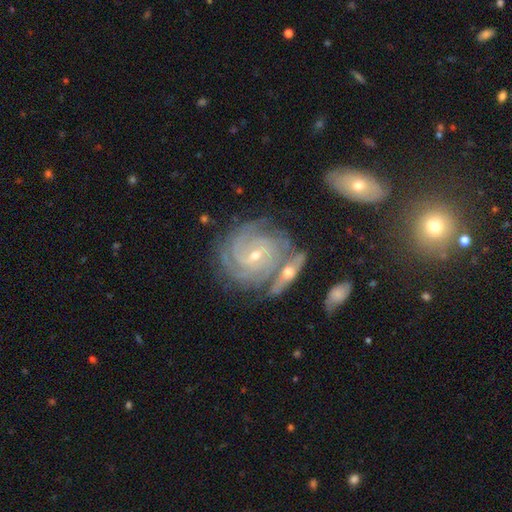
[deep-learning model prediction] This is clearly a featured or disk galaxy (89%). It is clearly not viewed edge-on (97%). Bar: possibly weak (45%). Spiral arm pattern: clearly yes (98%). Spiral arm count: marginally 4 (29%). Spiral winding: likely tight (80%). Central bulge: likely small (64%). Merging: likely none (63%).